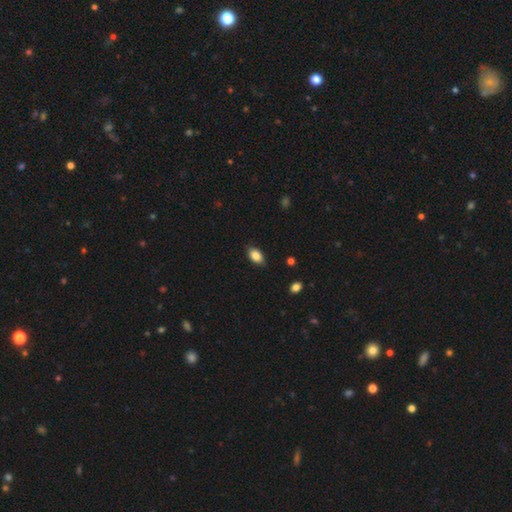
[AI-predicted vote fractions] Overall: smooth (86%). How rounded: in between (90%). Merging: none (83%).